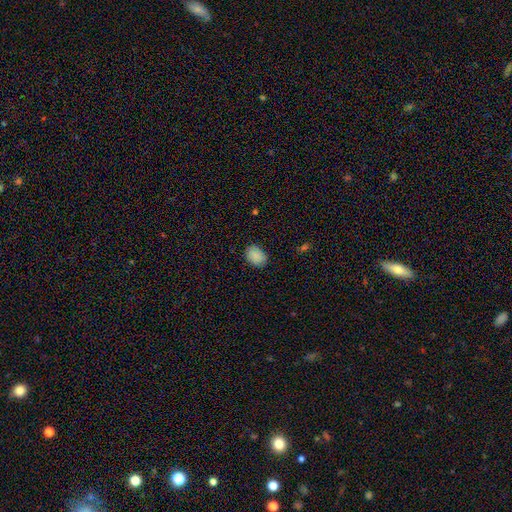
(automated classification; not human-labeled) Morphology: type=smooth (88%); roundness=in between (67%); merging=none (83%).